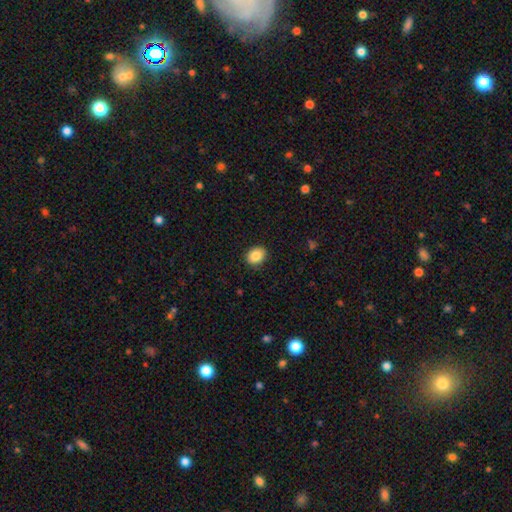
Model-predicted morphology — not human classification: type=smooth (87%); roundness=in between (53%); merging=none (89%).